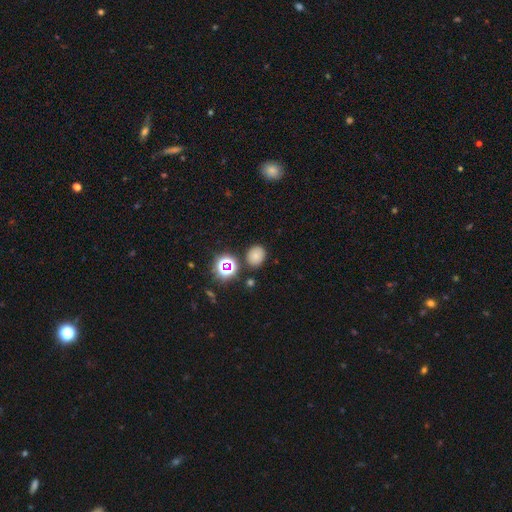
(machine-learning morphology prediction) A smooth galaxy with no disk features (72%) that is round (60%). Merging: none (84%).